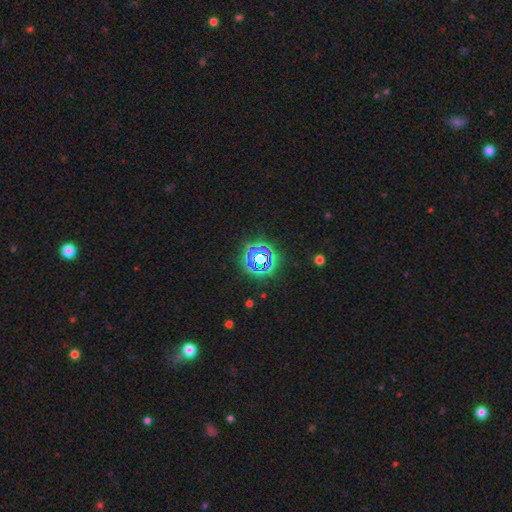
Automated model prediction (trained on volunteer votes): Smooth or featured?
  - star or artifact: 70% *
  - smooth: 22%
  - featured or disk: 9%